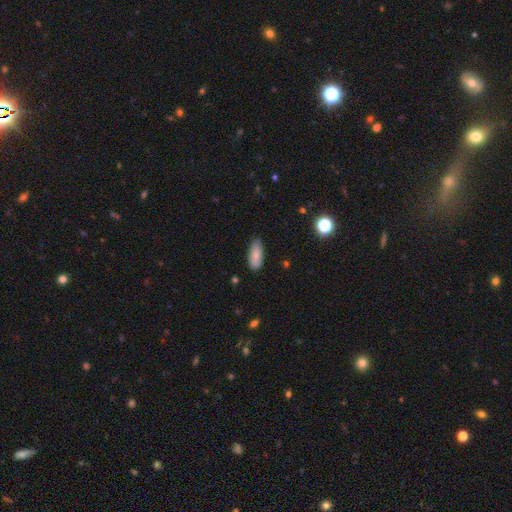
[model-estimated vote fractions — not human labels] Overall: smooth (83%). How rounded: in between (82%). Merging: none (79%).